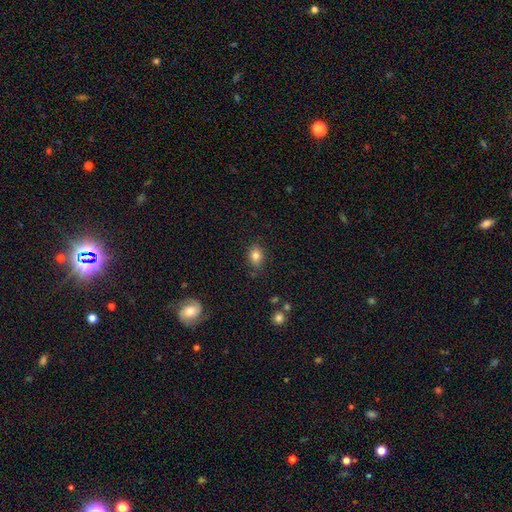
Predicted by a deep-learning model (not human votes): The model was most divided on "how rounded": in between: 70%, round: 29%, cigar-shaped: 2%. More confident: smooth or featured — smooth (81%); merging — none (81%).